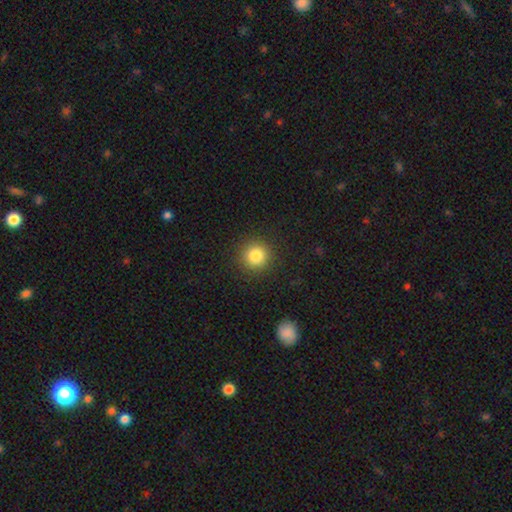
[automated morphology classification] smooth-or-featured: smooth: 83% | star or artifact: 11% | featured or disk: 6%
  how-rounded: round: 94% | in between: 5% | cigar-shaped: 1%
  merging: none: 91% | minor disturbance: 6% | major disturbance: 2% | merger: 1%